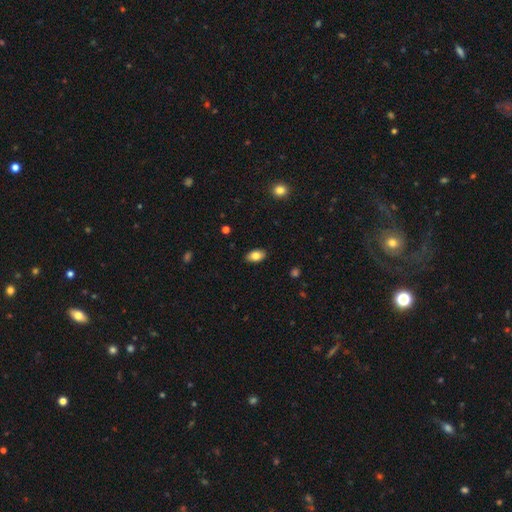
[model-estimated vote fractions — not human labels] This appears to be a smooth galaxy with no disk features (83%) that is in between round and cigar-shaped (92%). Merging: none (88%).